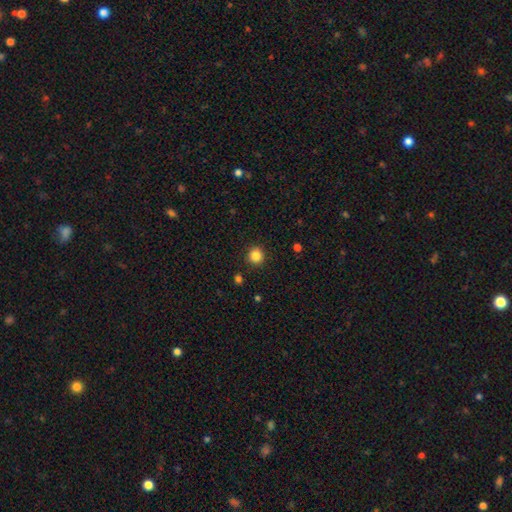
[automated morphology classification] Smooth or featured?
  - smooth: 85% *
  - star or artifact: 11%
  - featured or disk: 4%
How rounded?
  - round: 93% *
  - in between: 6%
  - cigar-shaped: 1%
Merging?
  - none: 91% *
  - minor disturbance: 5%
  - major disturbance: 2%
  - merger: 1%